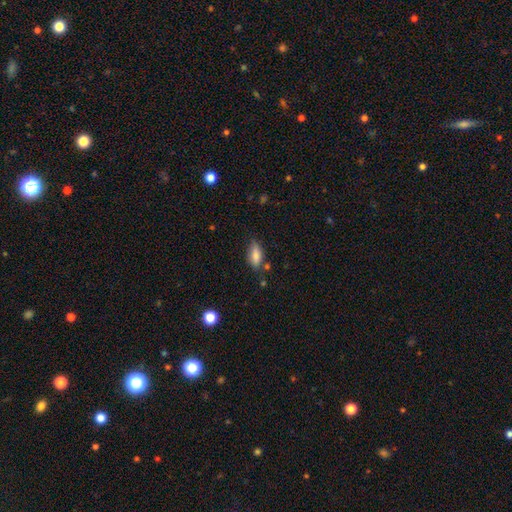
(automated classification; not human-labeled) Smooth or featured? Predicted: smooth (p=0.82). How rounded? Predicted: in between (p=0.80). Merging? Predicted: none (p=0.72).